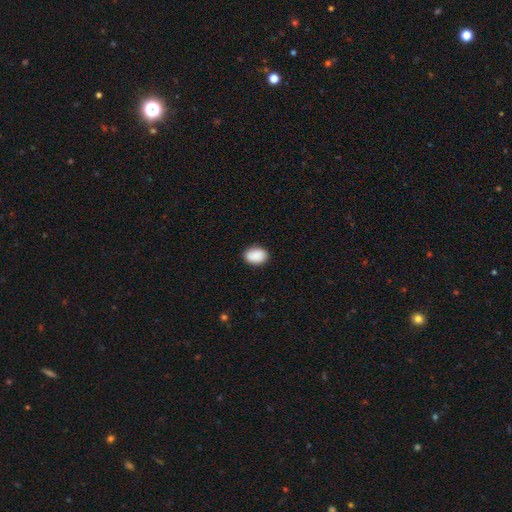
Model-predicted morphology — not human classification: This appears to be a smooth galaxy with no disk features (89%) that is in between round and cigar-shaped (71%). Merging: none (86%).